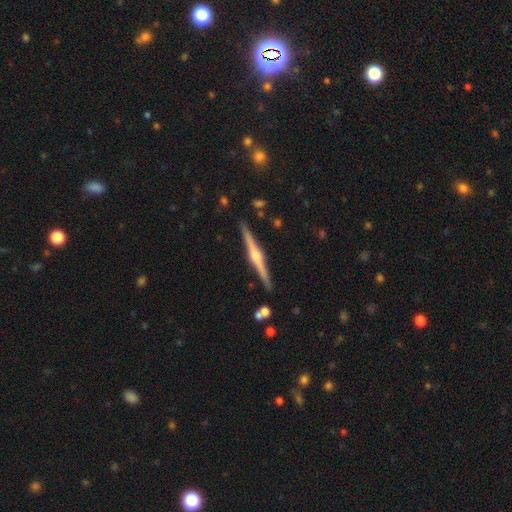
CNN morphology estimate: smooth-or-featured: featured or disk: 82% | smooth: 13% | star or artifact: 5%
  disk-edge-on: yes: 99% | no: 1%
    edge-on-bulge: rounded: 89% | boxy: 7% | none: 4%
  merging: none: 91% | minor disturbance: 6% | merger: 2% | major disturbance: 1%